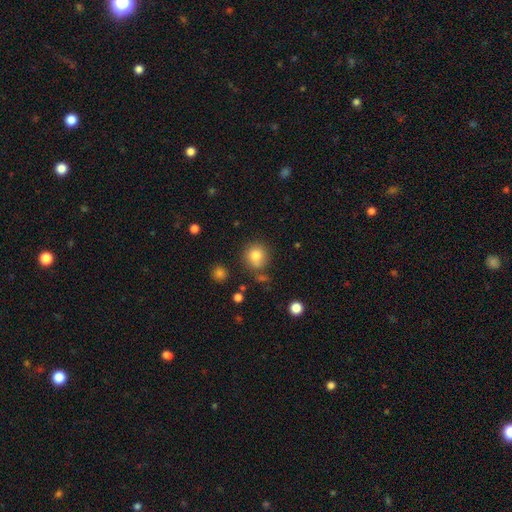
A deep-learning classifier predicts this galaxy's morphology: smooth 81%, star or artifact 11%, featured or disk 8%. Down the decision tree: how rounded — round (89%); merging — none (76%).